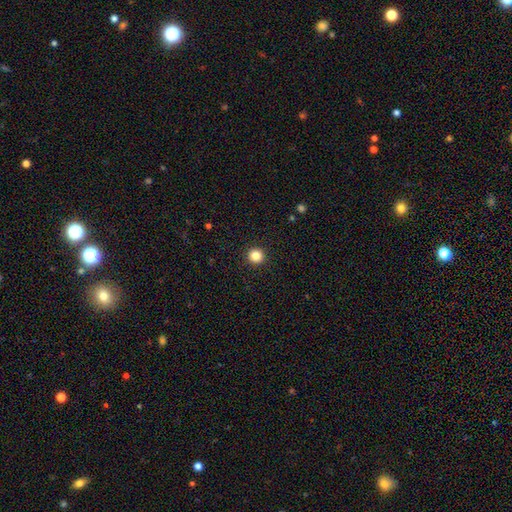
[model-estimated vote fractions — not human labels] A smooth galaxy with no disk features (84%) that is round (95%).

Vote fractions:
- Smooth or featured? smooth: 84% / star or artifact: 12% / featured or disk: 4%
- How rounded? round: 95% / in between: 4% / cigar-shaped: 1%
- Merging? none: 93% / minor disturbance: 4% / major disturbance: 2% / merger: 1%